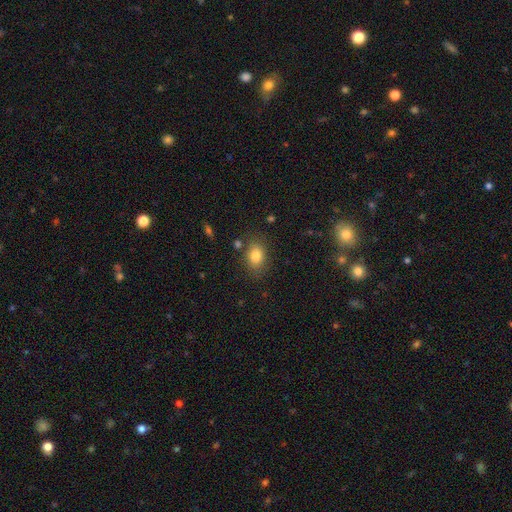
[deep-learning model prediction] Q: Smooth or featured?
A: smooth (81%); runner-up: star or artifact (10%)
Q: How rounded?
A: in between (71%); runner-up: round (28%)
Q: Merging?
A: none (80%); runner-up: minor disturbance (13%)